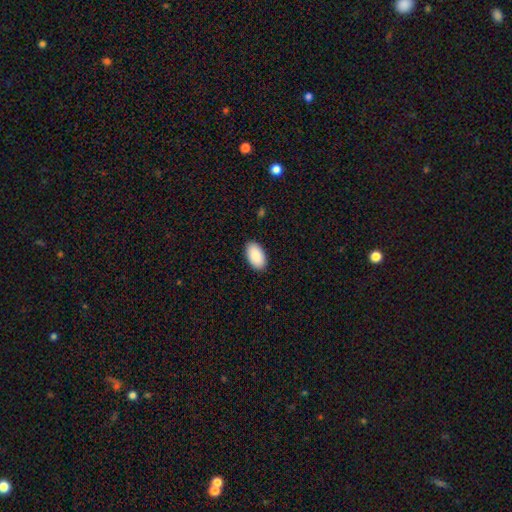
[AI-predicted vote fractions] Q: Smooth or featured?
A: smooth (91%); runner-up: star or artifact (6%)
Q: How rounded?
A: in between (96%); runner-up: round (3%)
Q: Merging?
A: none (90%); runner-up: minor disturbance (8%)